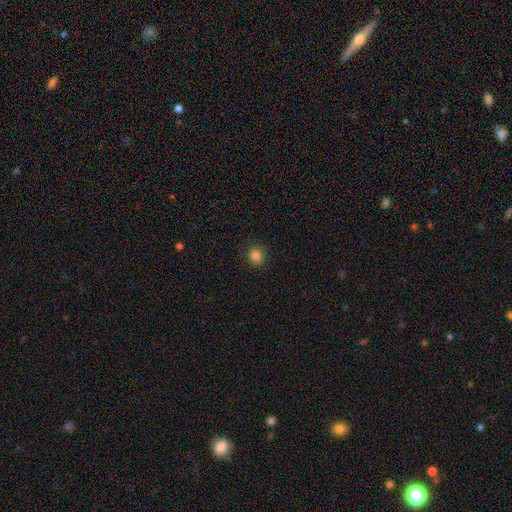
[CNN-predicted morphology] Smooth or featured?
  - smooth: 84% *
  - star or artifact: 12%
  - featured or disk: 4%
How rounded?
  - round: 70% *
  - in between: 29%
  - cigar-shaped: 1%
Merging?
  - none: 86% *
  - minor disturbance: 10%
  - major disturbance: 3%
  - merger: 1%